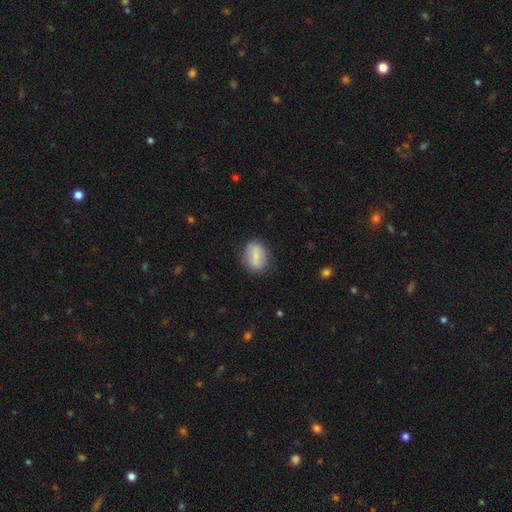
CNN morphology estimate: This appears to be a smooth galaxy with no disk features (63%) that is in between round and cigar-shaped (62%). Merging: none (76%).